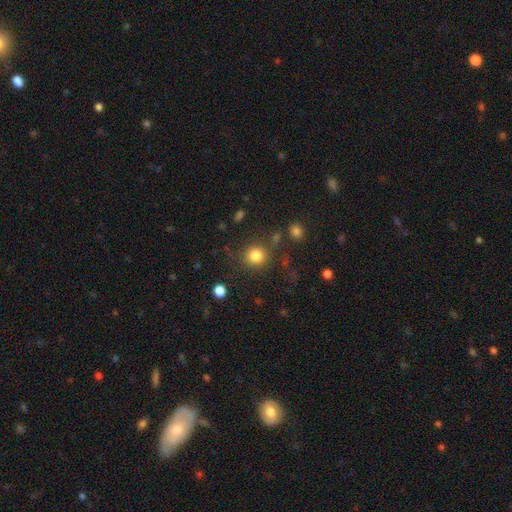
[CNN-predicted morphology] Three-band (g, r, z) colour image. It shows a smooth galaxy with no disk features (83%) that is round (91%). Merging: none (81%).